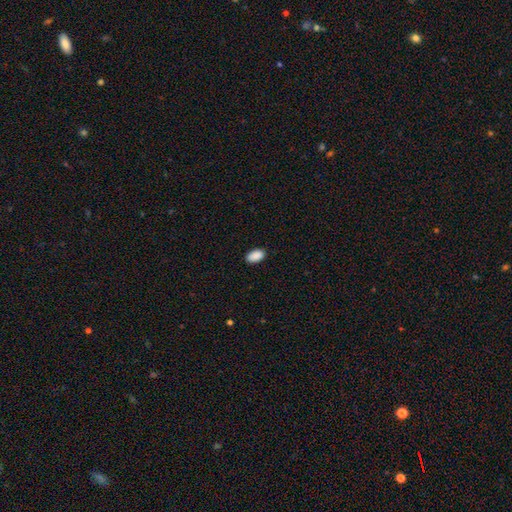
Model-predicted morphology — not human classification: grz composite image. It shows a smooth galaxy with no disk features (90%) that is in between round and cigar-shaped (94%). Merging: none (88%).